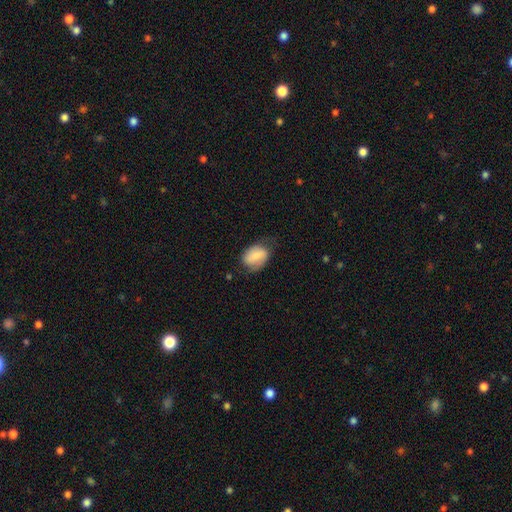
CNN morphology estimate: A smooth galaxy with no disk features (67%) that is in between round and cigar-shaped (77%).

Vote fractions:
- Smooth or featured? smooth: 67% / featured or disk: 26% / star or artifact: 7%
- How rounded? in between: 77% / round: 22% / cigar-shaped: 1%
- Merging? none: 52% / minor disturbance: 32% / major disturbance: 15% / merger: 2%